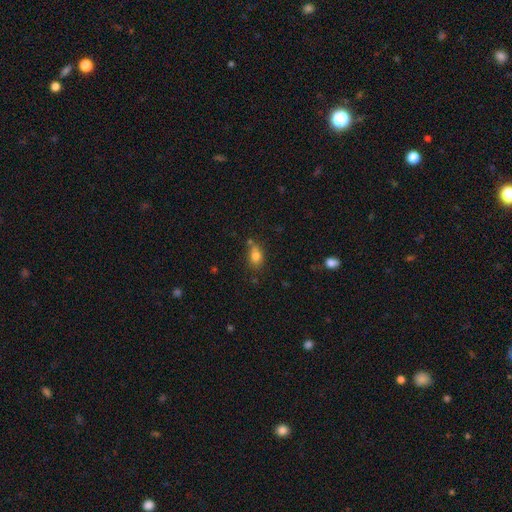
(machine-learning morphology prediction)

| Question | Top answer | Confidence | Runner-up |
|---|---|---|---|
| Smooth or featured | smooth | 80% | star or artifact (11%) |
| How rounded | in between | 76% | round (22%) |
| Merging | none | 64% | minor disturbance (20%) |